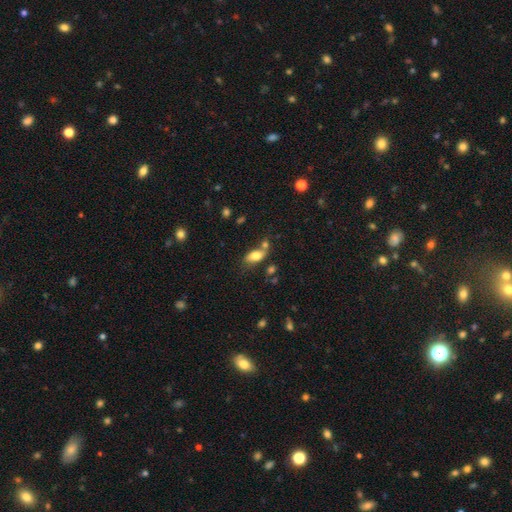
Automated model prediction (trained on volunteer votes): Smooth or featured?
  - smooth: 77% *
  - featured or disk: 14%
  - star or artifact: 9%
How rounded?
  - in between: 87% *
  - cigar-shaped: 7%
  - round: 6%
Merging?
  - none: 48% *
  - merger: 26%
  - minor disturbance: 18%
  - major disturbance: 8%